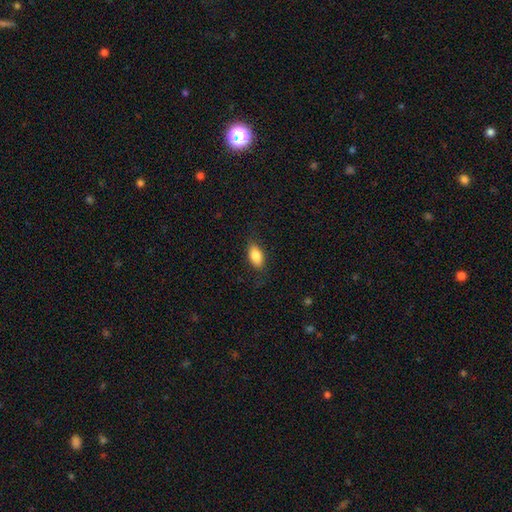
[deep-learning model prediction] Smooth or featured: smooth — 85% (featured or disk — 8%)
How rounded: in between — 91% (round — 5%)
Merging: none — 83% (minor disturbance — 12%)